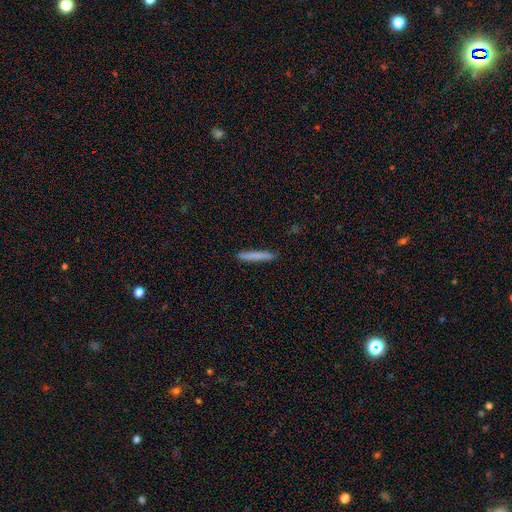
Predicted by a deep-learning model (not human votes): Smooth or featured? smooth (77%)
How rounded? cigar-shaped (96%)
Merging? none (91%)